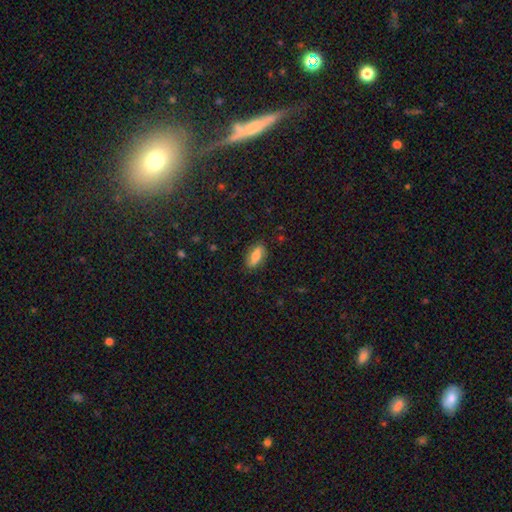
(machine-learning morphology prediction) Smooth or featured? Predicted: smooth (p=0.60). How rounded? Predicted: in between (p=0.80). Merging? Predicted: none (p=0.82).